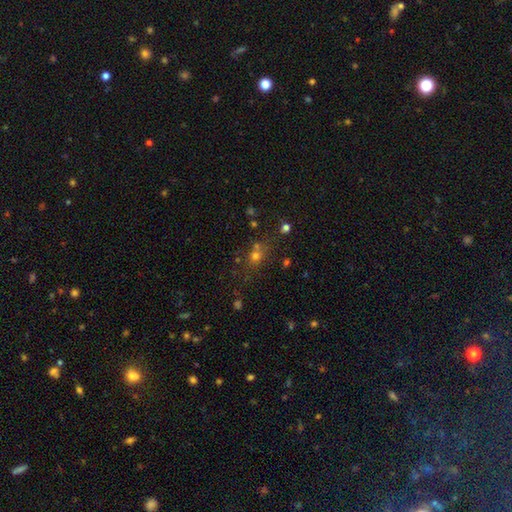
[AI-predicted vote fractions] Overall: smooth (58%; star or artifact 29%). How rounded: round (73%). Merging: none (63%).